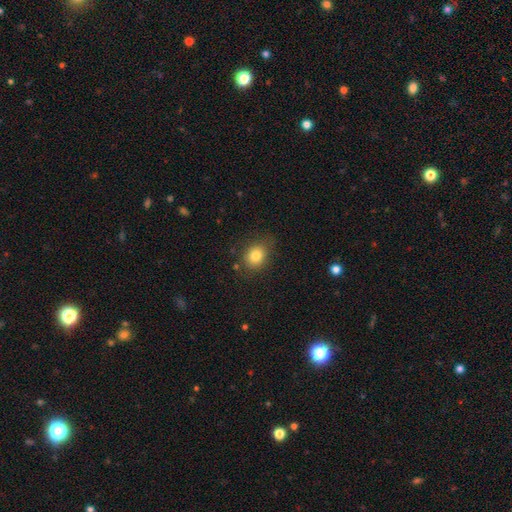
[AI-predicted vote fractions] Morphology: type=smooth (81%); roundness=round (51%); merging=none (78%).